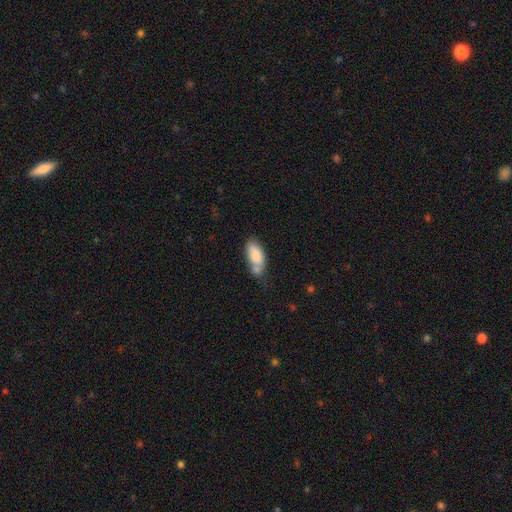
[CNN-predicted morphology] Overall: smooth (81%). How rounded: in between (88%). Merging: none (43%; merger 27%).